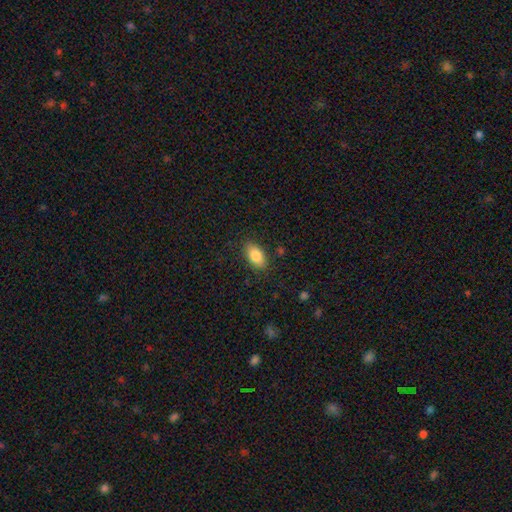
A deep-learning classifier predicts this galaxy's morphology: smooth 84%, featured or disk 8%, star or artifact 7%. Down the decision tree: how rounded — in between (91%); merging — none (85%).